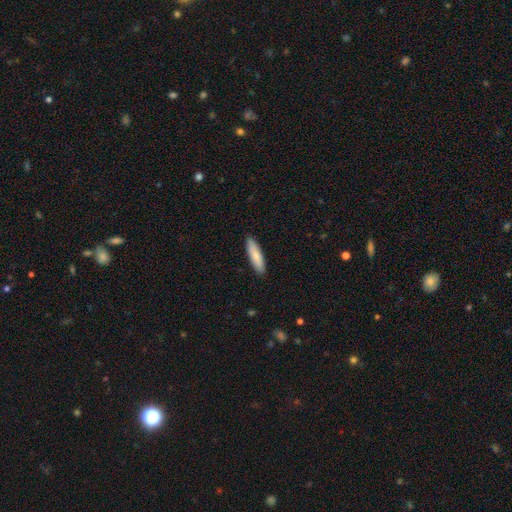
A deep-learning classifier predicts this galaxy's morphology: smooth 80%, featured or disk 15%, star or artifact 5%. Down the decision tree: how rounded — cigar-shaped (71%); merging — none (90%).